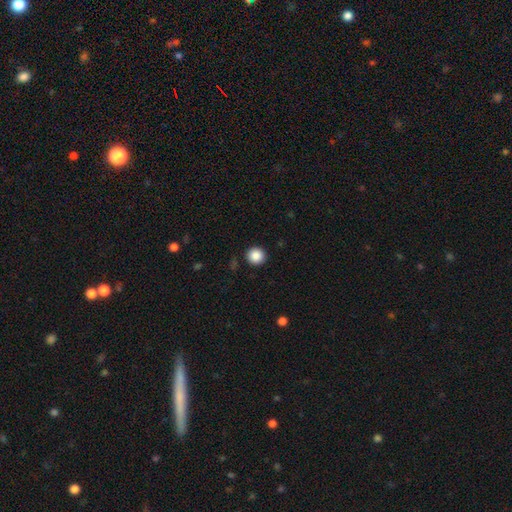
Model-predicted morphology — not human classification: smooth 88%, star or artifact 9%, featured or disk 3%. Down the decision tree: how rounded — round (94%); merging — none (92%).